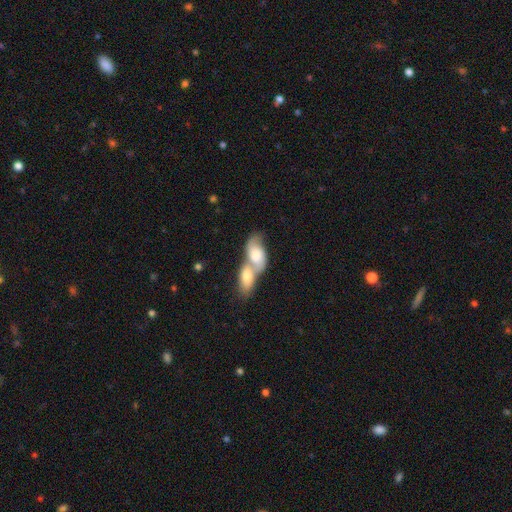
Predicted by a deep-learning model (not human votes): smooth-or-featured: smooth: 55% | featured or disk: 38% | star or artifact: 6%
  how-rounded: in between: 85% | cigar-shaped: 8% | round: 7%
  merging: merger: 79% | none: 12% | minor disturbance: 5% | major disturbance: 4%